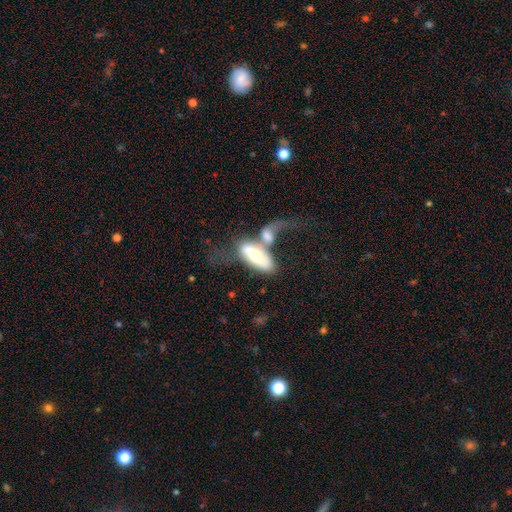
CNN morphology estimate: Q: Smooth or featured?
A: featured or disk (54%); runner-up: smooth (40%)
Q: Edge-on disk?
A: no (79%); runner-up: yes (21%)
Q: Merging?
A: merger (56%); runner-up: major disturbance (21%)